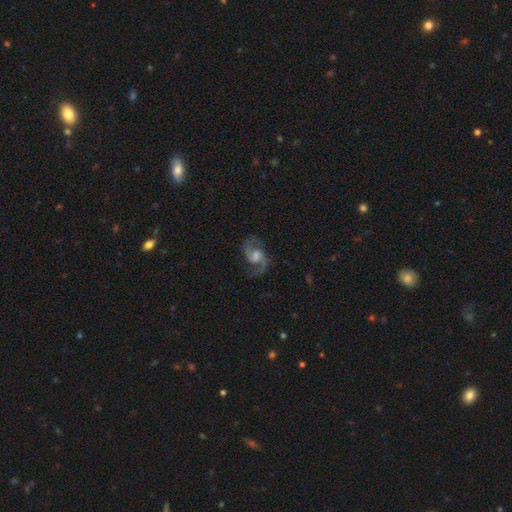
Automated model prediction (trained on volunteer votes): featured or disk 88%, star or artifact 6%, smooth 6%. Down the decision tree: edge-on disk — no (98%); bar — weak (50%); spiral arms — yes (97%); spiral arm count — 2 (92%); spiral winding — medium (52%); bulge size — moderate (45%); merging — none (79%).